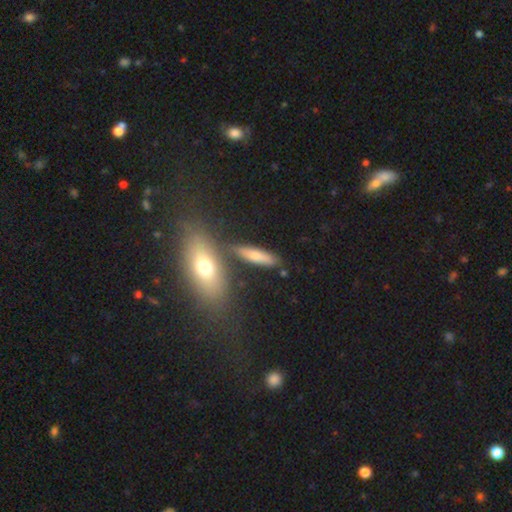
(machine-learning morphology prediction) type=smooth (68%); roundness=cigar-shaped (69%); merging=none (75%).